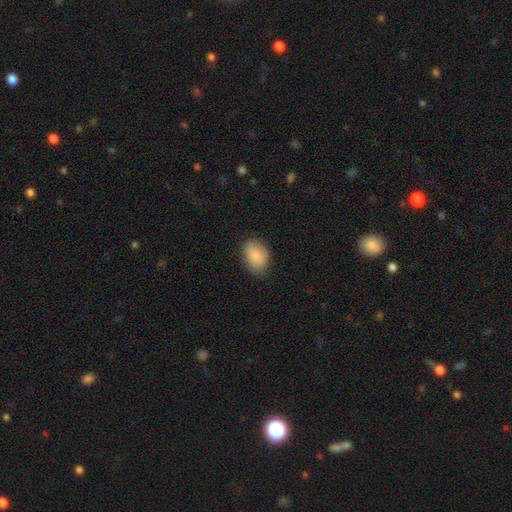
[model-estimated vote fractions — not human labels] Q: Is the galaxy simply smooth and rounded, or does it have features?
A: smooth — 84%.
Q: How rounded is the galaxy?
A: in between — 81%.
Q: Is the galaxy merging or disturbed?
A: none — 72%.